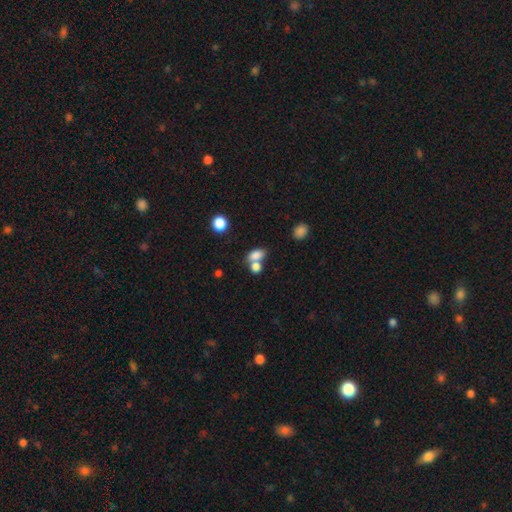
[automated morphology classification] Smooth or featured: smooth — 80% (star or artifact — 11%)
How rounded: in between — 78% (round — 19%)
Merging: merger — 51% (none — 36%)